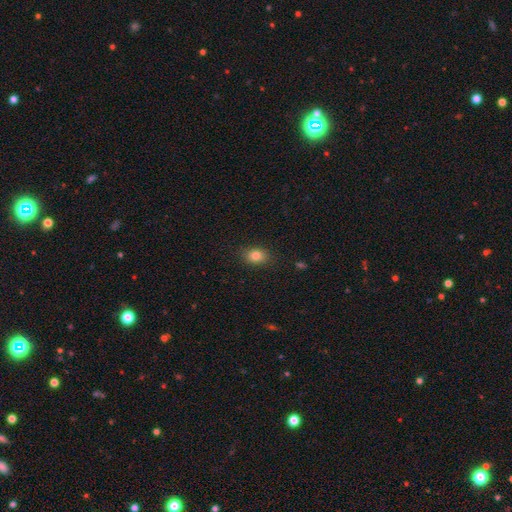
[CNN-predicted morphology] smooth_or_featured: smooth (p=0.82) [alt: star or artifact p=0.11]
how_rounded: in between (p=0.67) [alt: round p=0.32]
merging: none (p=0.87) [alt: minor disturbance p=0.10]